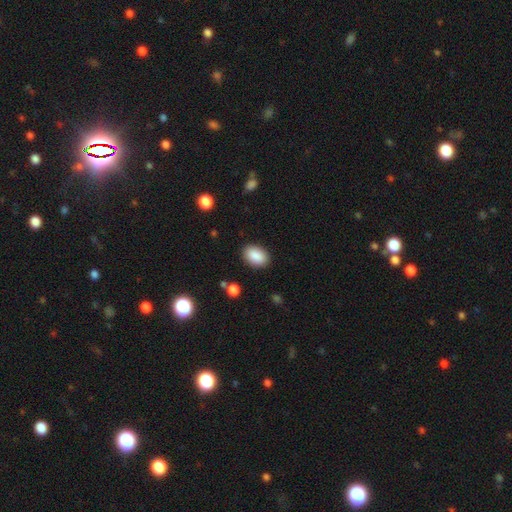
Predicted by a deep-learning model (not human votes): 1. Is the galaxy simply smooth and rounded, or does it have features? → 89% smooth, 7% star or artifact, 4% featured or disk.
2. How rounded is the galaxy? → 89% in between, 9% round, 1% cigar-shaped.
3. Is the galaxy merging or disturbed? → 88% none, 8% minor disturbance, 2% major disturbance, 1% merger.